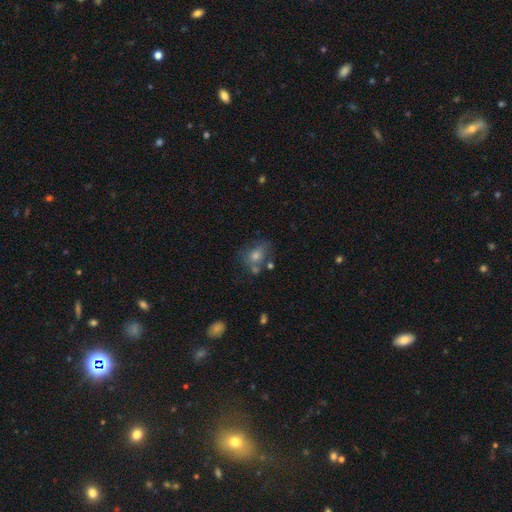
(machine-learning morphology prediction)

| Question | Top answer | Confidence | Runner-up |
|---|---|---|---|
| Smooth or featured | smooth | 57% | featured or disk (24%) |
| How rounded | in between | 50% | round (49%) |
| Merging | none | 57% | minor disturbance (19%) |